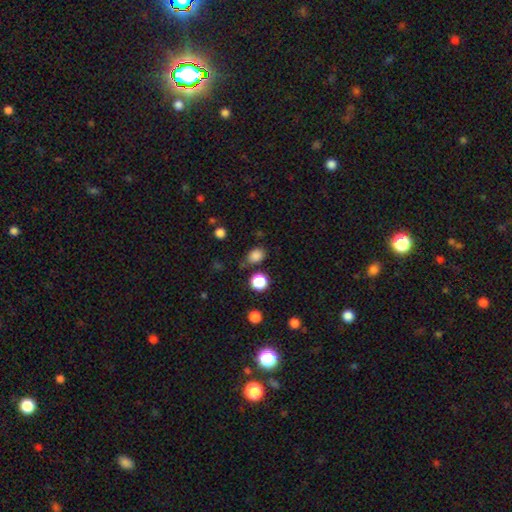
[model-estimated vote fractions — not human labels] Smooth or featured? smooth (83%)
How rounded? in between (52%)
Merging? none (74%)